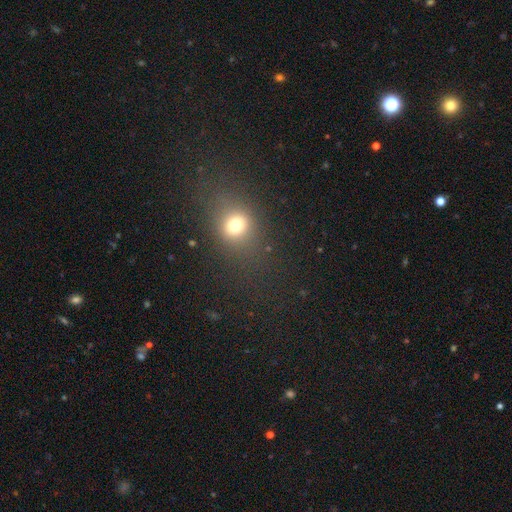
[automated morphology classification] A smooth galaxy with no disk features (59%) that is round (49%). Merging: none (85%).